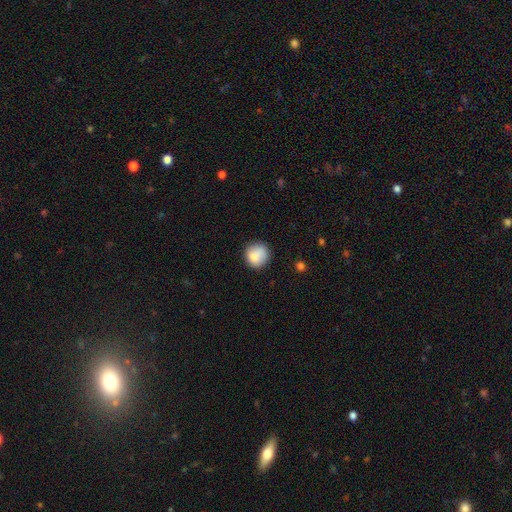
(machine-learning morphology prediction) Overall: smooth (83%). How rounded: round (88%). Merging: none (75%).